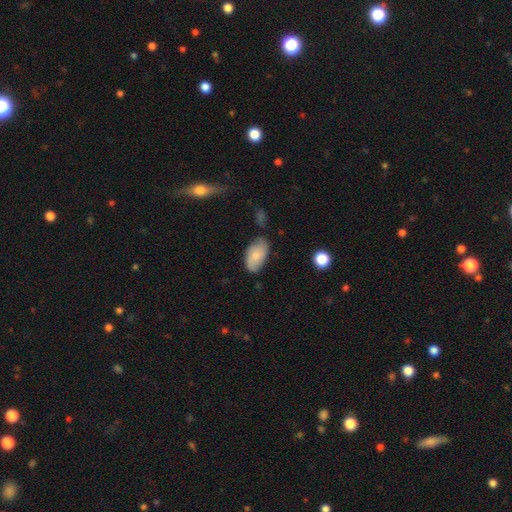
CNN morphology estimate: This appears to be a smooth galaxy with no disk features (72%) that is in between round and cigar-shaped (95%). Merging: none (62%).